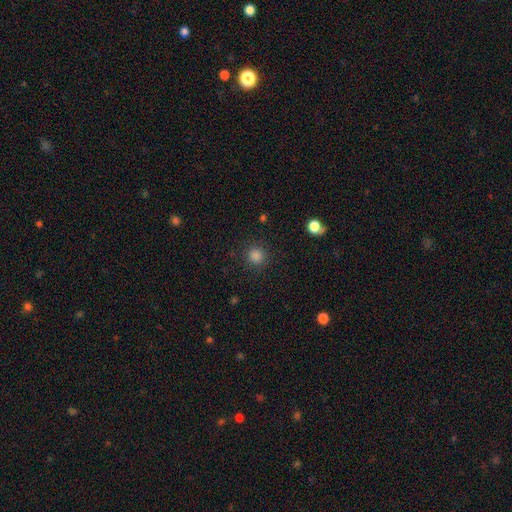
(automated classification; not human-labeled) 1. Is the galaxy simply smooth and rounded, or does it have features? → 83% smooth, 13% star or artifact, 3% featured or disk.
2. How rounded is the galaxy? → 93% round, 6% in between, 1% cigar-shaped.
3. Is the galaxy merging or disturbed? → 89% none, 7% minor disturbance, 3% major disturbance, 1% merger.